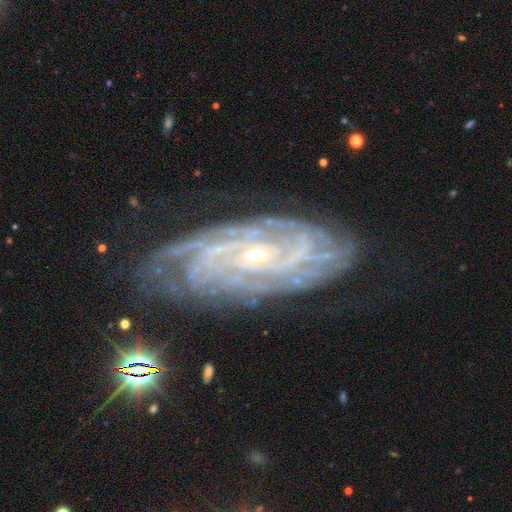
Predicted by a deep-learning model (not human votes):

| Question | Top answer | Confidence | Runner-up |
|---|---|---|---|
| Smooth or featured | featured or disk | 90% | star or artifact (6%) |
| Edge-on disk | no | 94% | yes (6%) |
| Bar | no | 54% | weak (31%) |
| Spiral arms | yes | 98% | no (2%) |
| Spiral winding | tight | 78% | medium (19%) |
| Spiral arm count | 4 | 25% | can't tell (22%) |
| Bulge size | small | 79% | moderate (18%) |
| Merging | none | 77% | minor disturbance (16%) |